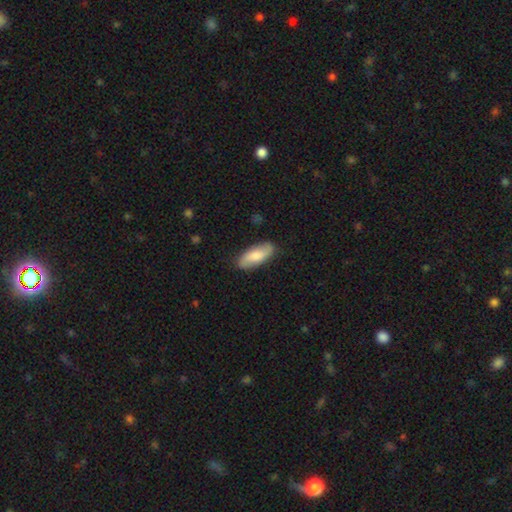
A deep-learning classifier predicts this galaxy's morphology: Overall: smooth (66%; featured or disk 28%). How rounded: in between (77%). Merging: none (85%).